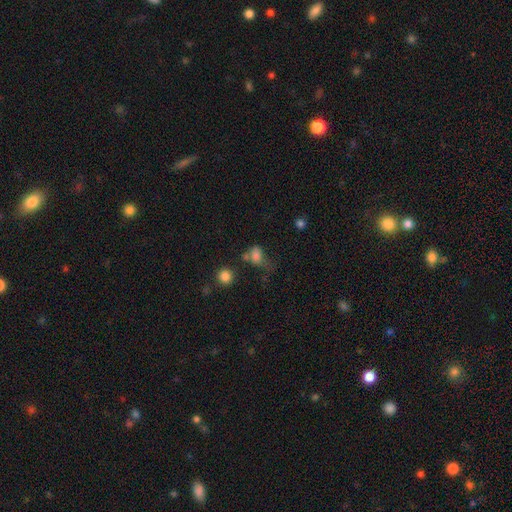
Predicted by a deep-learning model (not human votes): Q: Smooth or featured?
A: smooth (74%); runner-up: star or artifact (14%)
Q: How rounded?
A: in between (64%); runner-up: round (34%)
Q: Merging?
A: none (30%); runner-up: major disturbance (28%)